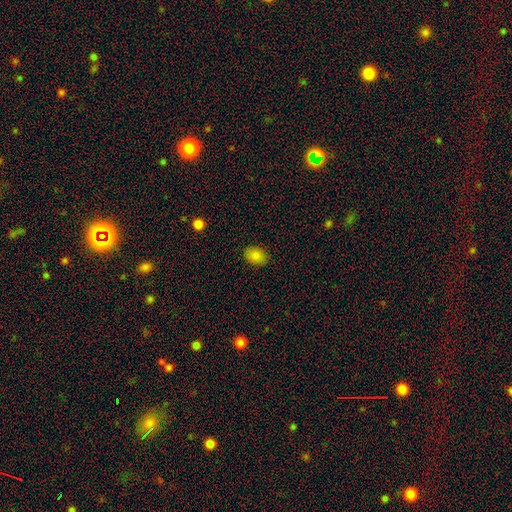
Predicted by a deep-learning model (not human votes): Smooth or featured: smooth — 85% (star or artifact — 10%)
How rounded: in between — 67% (round — 32%)
Merging: none — 88% (minor disturbance — 9%)